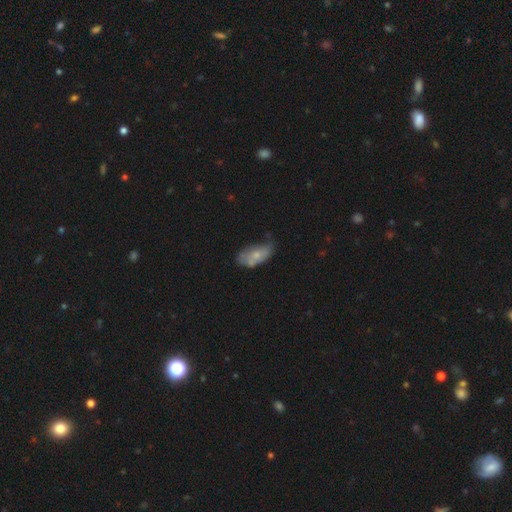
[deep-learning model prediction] This is likely a smooth galaxy (62%). How rounded: clearly in between (92%). Merging: marginally none (41%).